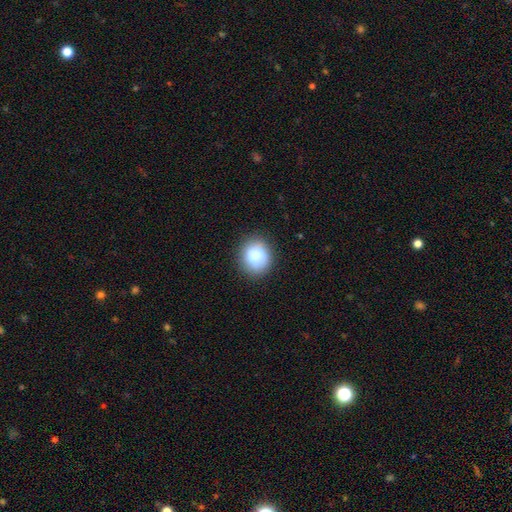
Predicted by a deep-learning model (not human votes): smooth 86%, star or artifact 8%, featured or disk 6%. Down the decision tree: how rounded — round (67%); merging — none (83%).